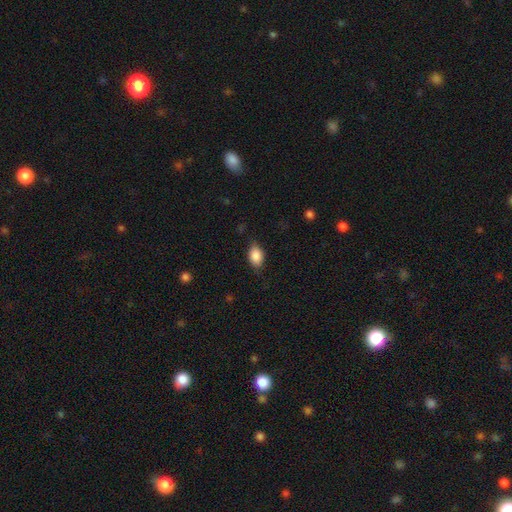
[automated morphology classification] This is clearly a smooth galaxy (86%). How rounded: clearly in between (87%). Merging: likely none (75%).